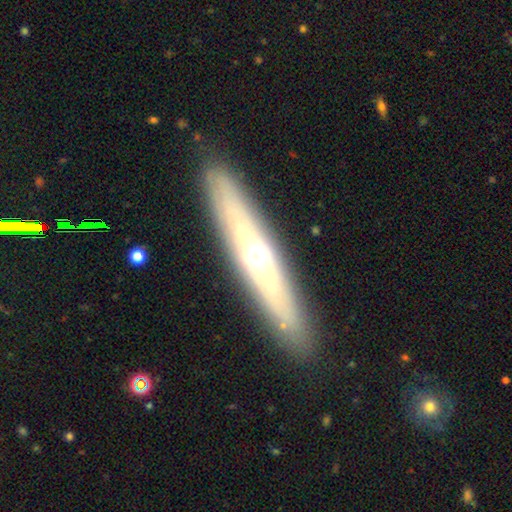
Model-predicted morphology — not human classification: featured or disk 63%, smooth 31%, star or artifact 7%. Down the decision tree: edge-on disk — yes (82%); edge-on bulge — rounded (83%); merging — none (89%).